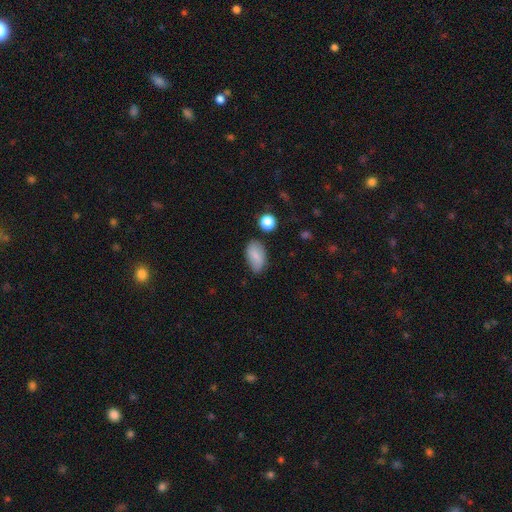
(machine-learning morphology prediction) smooth 81%, featured or disk 11%, star or artifact 8%. Down the decision tree: how rounded — in between (92%); merging — none (74%).